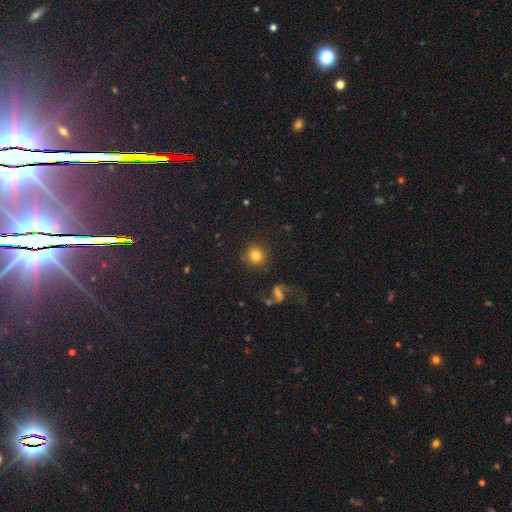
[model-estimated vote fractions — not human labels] A smooth galaxy with no disk features (77%) that is round (92%). Merging: none (85%).